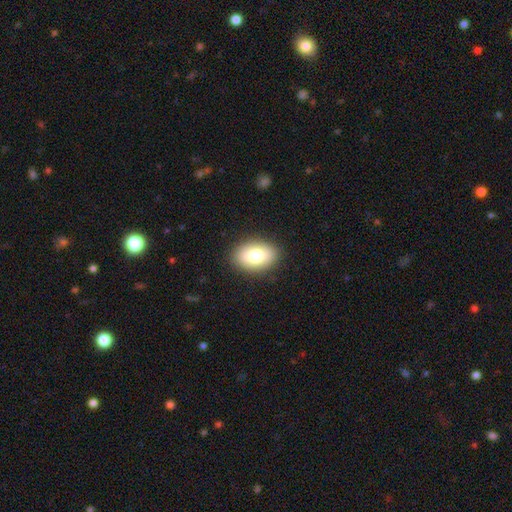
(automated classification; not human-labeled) Smooth or featured?
  - smooth: 77% *
  - featured or disk: 15%
  - star or artifact: 9%
How rounded?
  - in between: 85% *
  - round: 14%
  - cigar-shaped: 1%
Merging?
  - none: 88% *
  - minor disturbance: 8%
  - major disturbance: 3%
  - merger: 1%